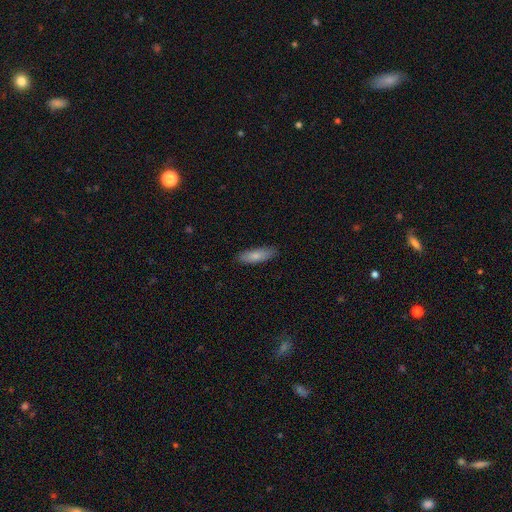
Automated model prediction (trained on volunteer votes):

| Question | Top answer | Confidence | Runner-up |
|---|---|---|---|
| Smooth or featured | smooth | 81% | featured or disk (13%) |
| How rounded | in between | 52% | cigar-shaped (47%) |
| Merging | none | 86% | minor disturbance (11%) |